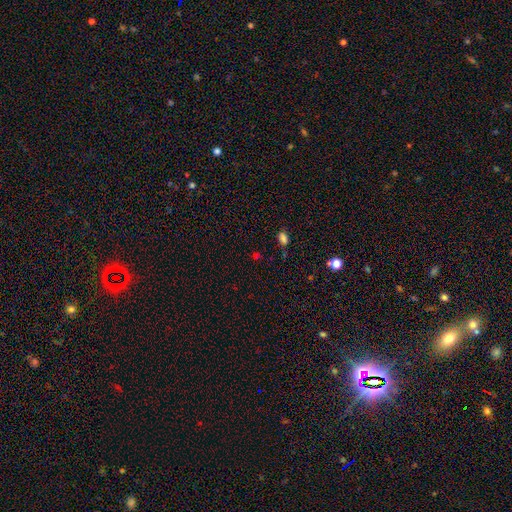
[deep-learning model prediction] smooth_or_featured: smooth (p=0.54) [alt: star or artifact p=0.40]
how_rounded: in between (p=0.57) [alt: round p=0.39]
merging: none (p=0.73) [alt: minor disturbance p=0.15]